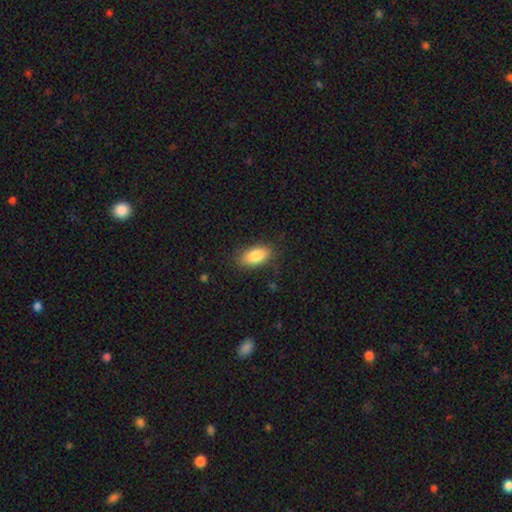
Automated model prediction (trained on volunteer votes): Overall: smooth (85%). How rounded: in between (91%). Merging: none (82%).